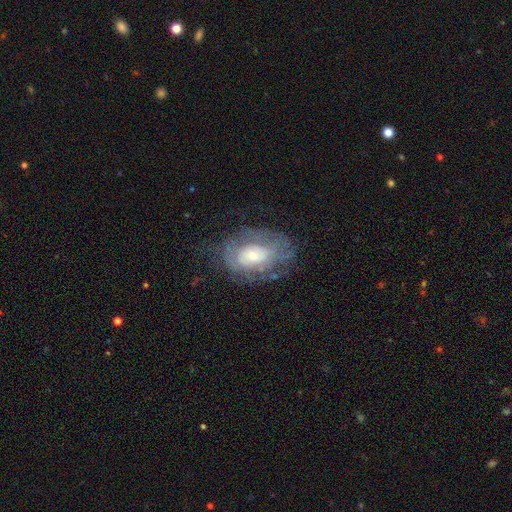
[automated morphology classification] smooth_or_featured: featured or disk (p=0.64) [alt: smooth p=0.27]
disk_edge_on: no (p=0.94) [alt: yes p=0.06]
bar: no (p=0.69) [alt: weak p=0.25]
has_spiral_arms: yes (p=0.65) [alt: no p=0.35]
bulge_size: moderate (p=0.45) [alt: small p=0.40]
merging: none (p=0.65) [alt: minor disturbance p=0.20]